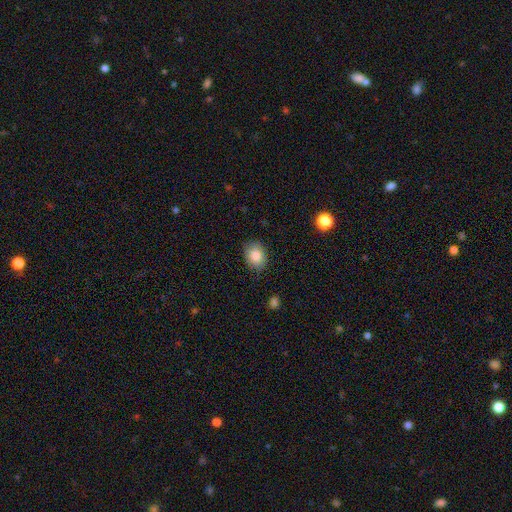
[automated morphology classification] The model was most divided on "how rounded": in between: 62%, round: 37%, cigar-shaped: 1%. More confident: smooth or featured — smooth (85%); merging — none (84%).